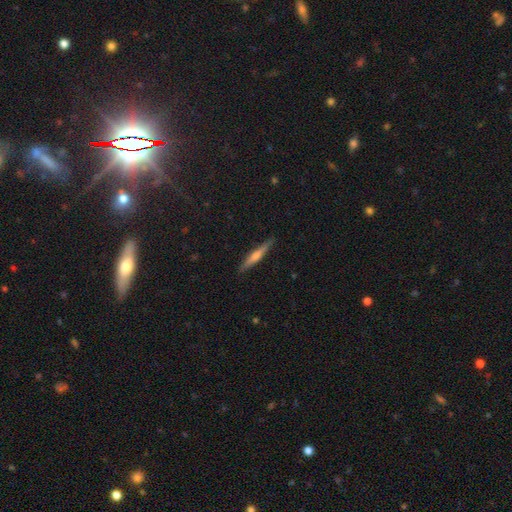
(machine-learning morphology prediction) Q: Smooth or featured?
A: featured or disk (55%); runner-up: smooth (38%)
Q: Edge-on disk?
A: yes (97%); runner-up: no (3%)
Q: Edge-on bulge?
A: rounded (69%); runner-up: none (19%)
Q: Merging?
A: none (89%); runner-up: minor disturbance (8%)